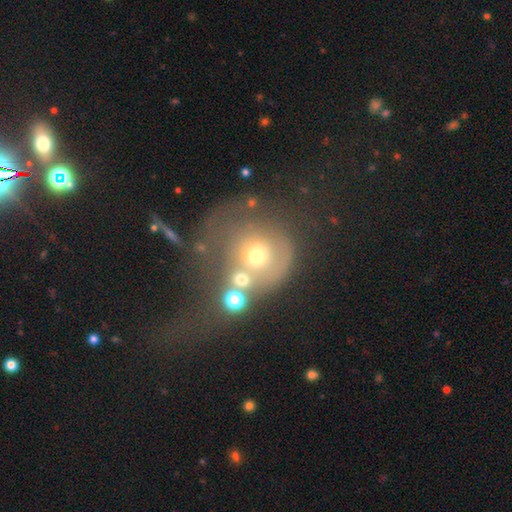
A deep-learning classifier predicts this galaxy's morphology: This appears to be a smooth galaxy with no disk features (45%). Merging: none (33%).